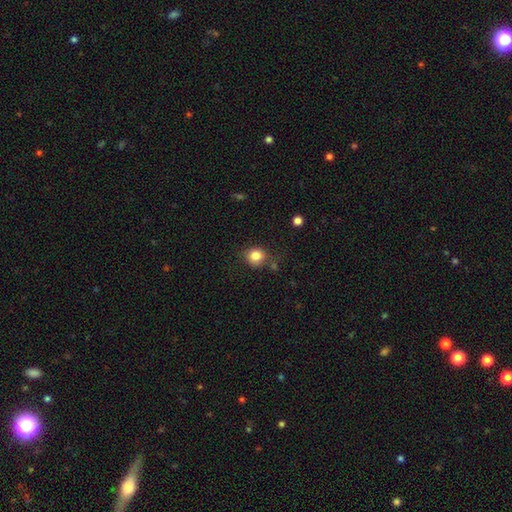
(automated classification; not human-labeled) This appears to be a smooth galaxy with no disk features (83%) that is round (82%). Merging: none (75%).